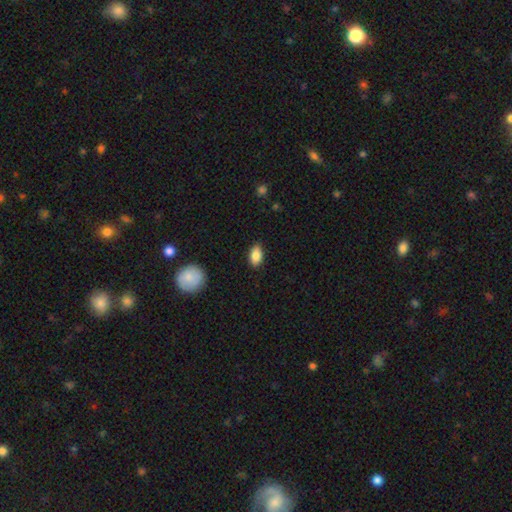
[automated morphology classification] smooth_or_featured: smooth (p=0.86) [alt: star or artifact p=0.07]
how_rounded: in between (p=0.90) [alt: round p=0.07]
merging: none (p=0.85) [alt: minor disturbance p=0.12]